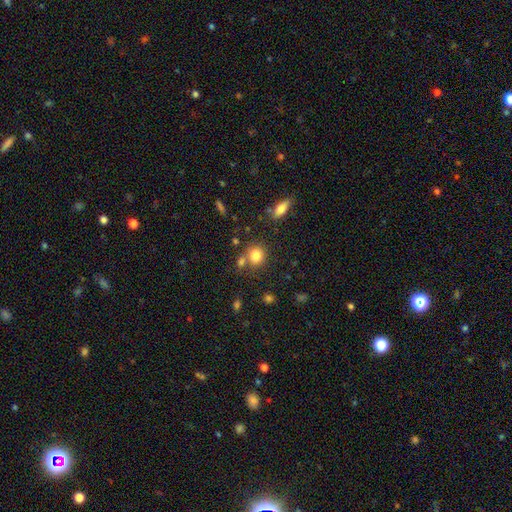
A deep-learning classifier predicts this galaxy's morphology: Smooth or featured: smooth — 82% (star or artifact — 11%)
How rounded: round — 77% (in between — 22%)
Merging: none — 63% (merger — 22%)